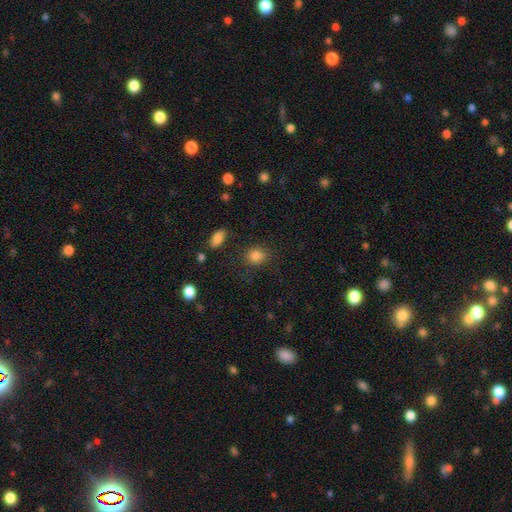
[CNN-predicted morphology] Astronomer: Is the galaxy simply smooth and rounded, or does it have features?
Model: smooth — 84%.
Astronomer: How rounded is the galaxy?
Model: round — 68%.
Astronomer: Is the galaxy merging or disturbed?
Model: none — 81%.